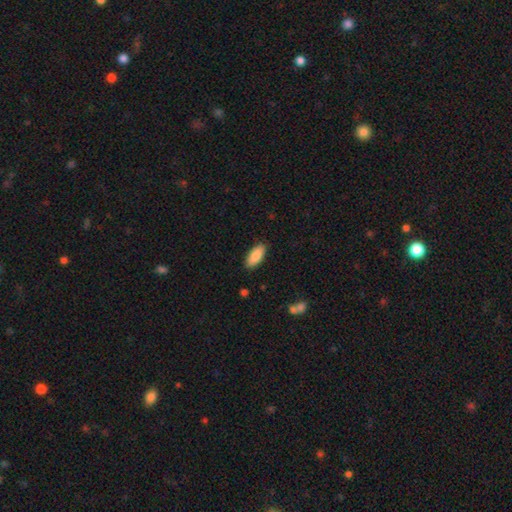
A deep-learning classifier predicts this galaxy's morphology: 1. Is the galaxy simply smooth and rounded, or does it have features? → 87% smooth, 7% featured or disk, 6% star or artifact.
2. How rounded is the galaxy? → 85% in between, 13% cigar-shaped, 2% round.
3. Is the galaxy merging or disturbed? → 87% none, 10% minor disturbance, 2% major disturbance, 1% merger.